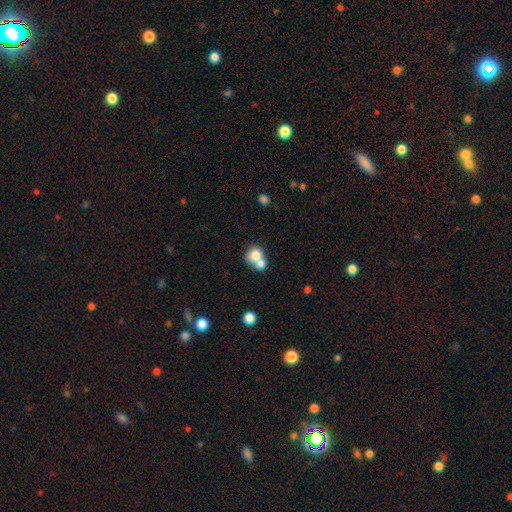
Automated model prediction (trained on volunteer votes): Smooth or featured? smooth (75%)
How rounded? round (74%)
Merging? merger (60%)